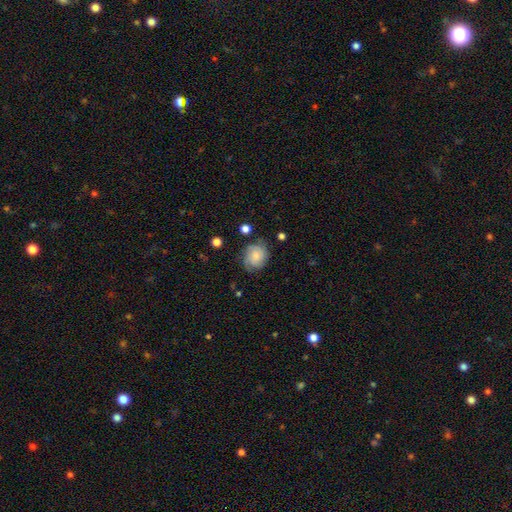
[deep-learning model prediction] Smooth or featured? smooth (49%)
Merging? none (70%)